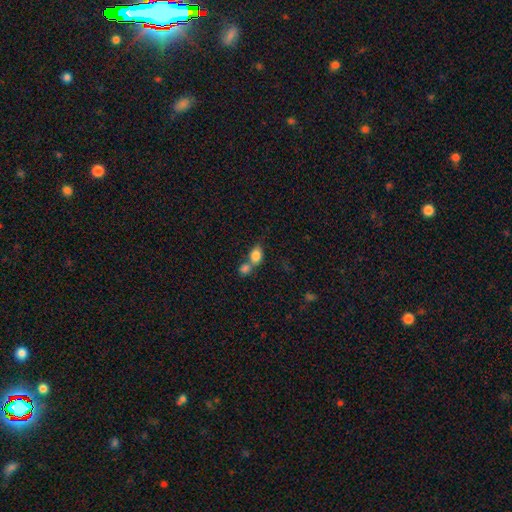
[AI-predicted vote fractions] Morphology: type=smooth (83%); roundness=in between (70%); merging=merger (56%).